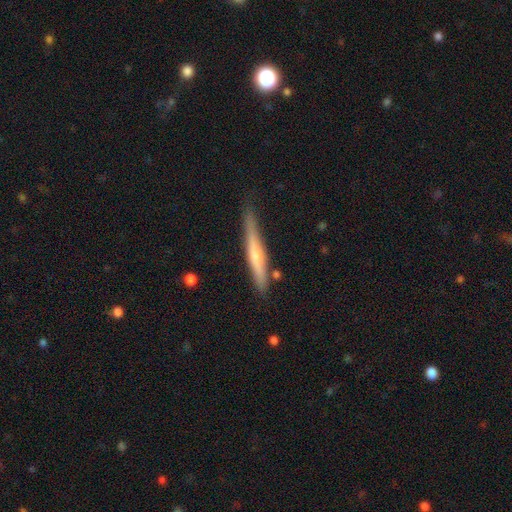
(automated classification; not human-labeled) Smooth or featured: smooth — 47% (tied with featured or disk — 47%)
Merging: none — 76% (minor disturbance — 17%)